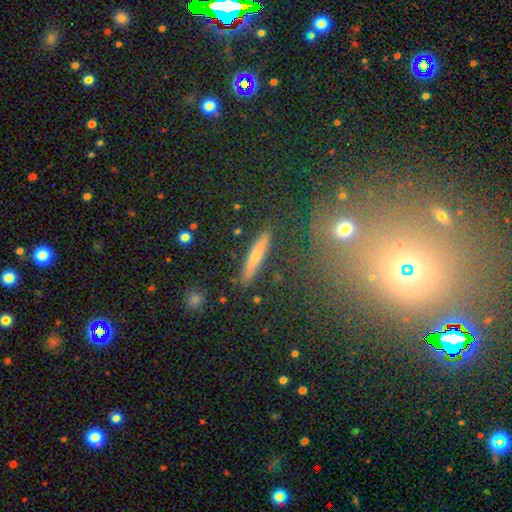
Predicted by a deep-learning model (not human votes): Q: Smooth or featured?
A: smooth (62%); runner-up: featured or disk (28%)
Q: How rounded?
A: cigar-shaped (89%); runner-up: in between (8%)
Q: Merging?
A: none (88%); runner-up: minor disturbance (8%)